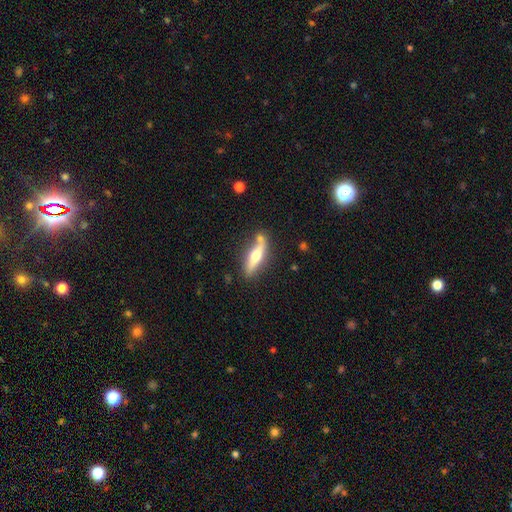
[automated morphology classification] smooth-or-featured: featured or disk: 53% | smooth: 41% | star or artifact: 6%
  disk-edge-on: yes: 87% | no: 13%
  merging: none: 72% | minor disturbance: 15% | merger: 10% | major disturbance: 4%